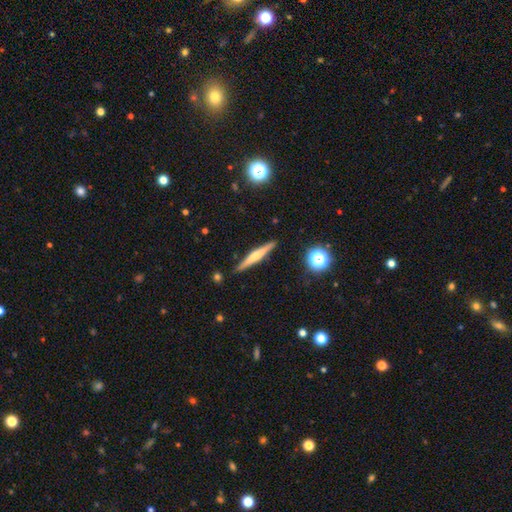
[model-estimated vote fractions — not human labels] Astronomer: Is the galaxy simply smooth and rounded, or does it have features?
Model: featured or disk — 60%.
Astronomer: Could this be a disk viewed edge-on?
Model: yes — 97%.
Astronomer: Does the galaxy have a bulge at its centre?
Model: rounded — 75%.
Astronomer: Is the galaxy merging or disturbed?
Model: none — 90%.